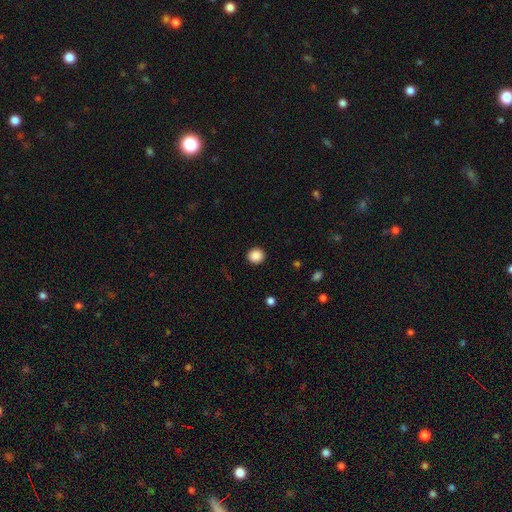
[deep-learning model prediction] Smooth or featured?
  - smooth: 88% *
  - star or artifact: 9%
  - featured or disk: 3%
How rounded?
  - round: 92% *
  - in between: 7%
  - cigar-shaped: 1%
Merging?
  - none: 92% *
  - minor disturbance: 5%
  - major disturbance: 2%
  - merger: 1%